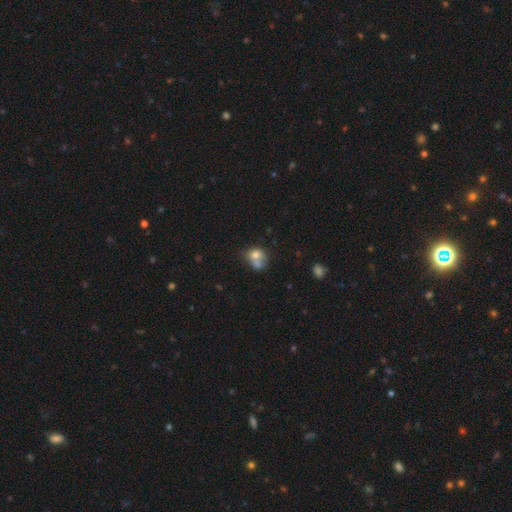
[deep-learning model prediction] Smooth or featured: smooth — 72% (featured or disk — 18%)
How rounded: round — 61% (in between — 39%)
Merging: merger — 53% (none — 28%)